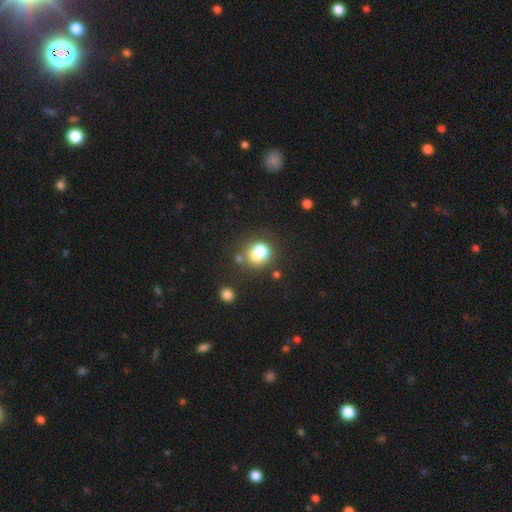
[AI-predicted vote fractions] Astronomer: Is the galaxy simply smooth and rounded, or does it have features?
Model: smooth — 70%.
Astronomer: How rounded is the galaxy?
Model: round — 72%.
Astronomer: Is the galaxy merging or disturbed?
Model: none — 48% (runner-up: merger, 29%).